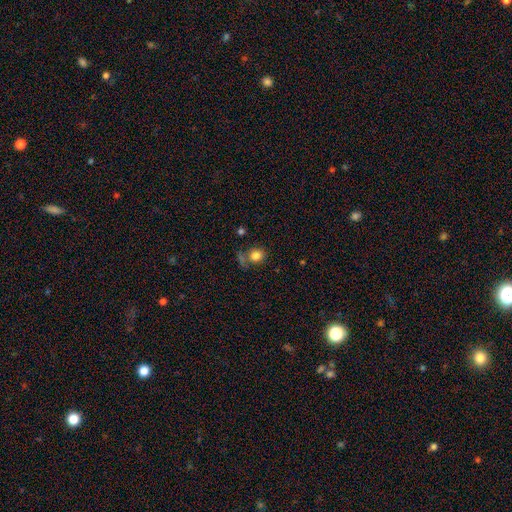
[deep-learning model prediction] Smooth or featured? Predicted: smooth (p=0.81). How rounded? Predicted: round (p=0.68). Merging? Predicted: none (p=0.61).